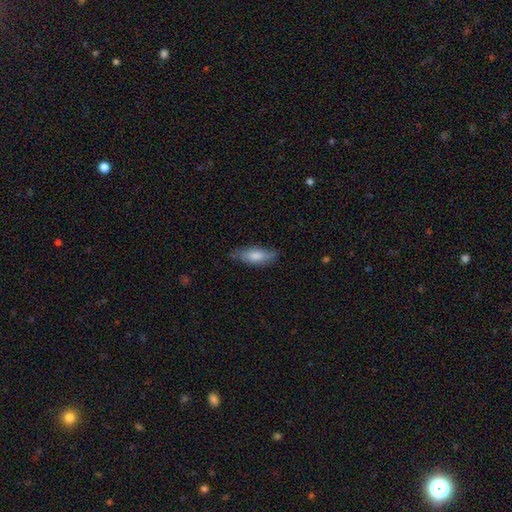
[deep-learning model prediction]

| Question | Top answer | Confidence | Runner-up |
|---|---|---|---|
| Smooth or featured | smooth | 76% | featured or disk (18%) |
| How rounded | in between | 64% | cigar-shaped (34%) |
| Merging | none | 73% | minor disturbance (22%) |